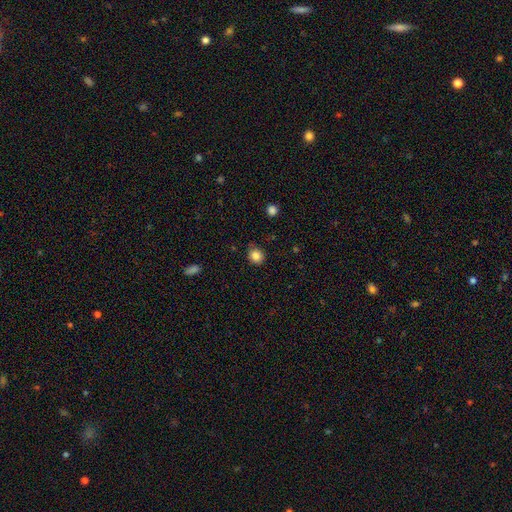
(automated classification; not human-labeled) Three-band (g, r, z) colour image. It shows a smooth galaxy with no disk features (84%) that is round (80%). Merging: none (82%).